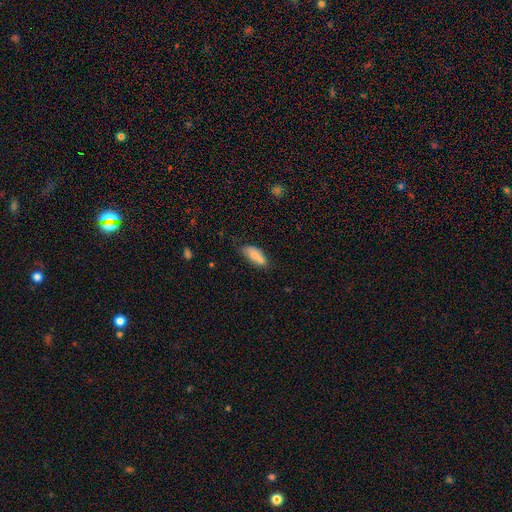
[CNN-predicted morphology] Smooth or featured? smooth (78%)
How rounded? in between (80%)
Merging? none (50%)